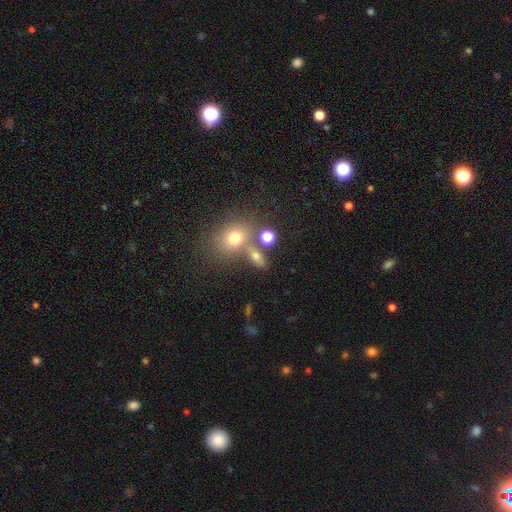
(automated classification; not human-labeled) Overall: smooth (67%). How rounded: in between (60%; round 32%). Merging: none (55%; merger 26%).